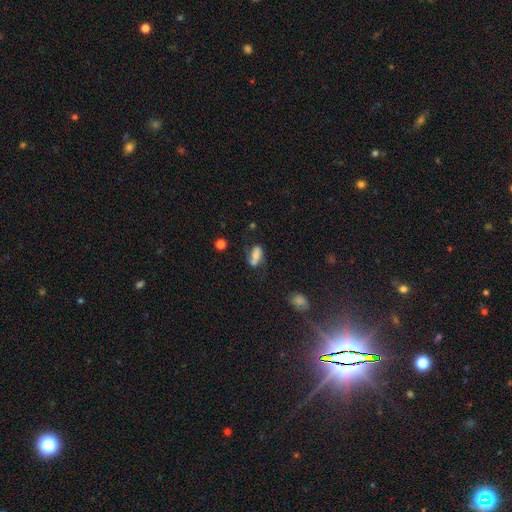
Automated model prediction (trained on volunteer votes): smooth_or_featured: smooth (p=0.52) [alt: featured or disk p=0.38]
how_rounded: in between (p=0.79) [alt: cigar-shaped p=0.12]
merging: none (p=0.47) [alt: minor disturbance p=0.23]